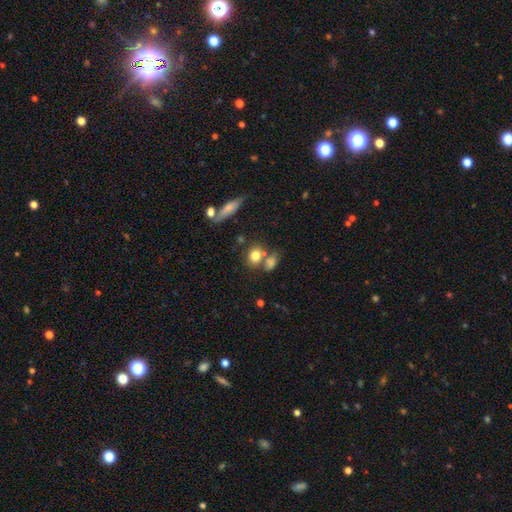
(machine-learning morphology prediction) A smooth galaxy with no disk features (78%) that is round (62%).

Vote fractions:
- Smooth or featured? smooth: 78% / featured or disk: 12% / star or artifact: 11%
- How rounded? round: 62% / in between: 36% / cigar-shaped: 3%
- Merging? none: 51% / merger: 32% / minor disturbance: 12% / major disturbance: 5%